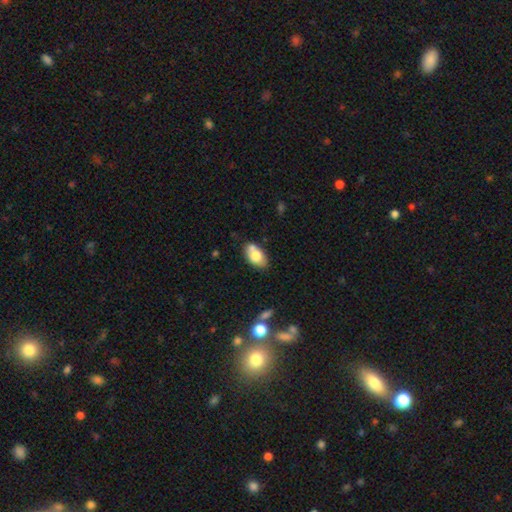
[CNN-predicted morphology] Overall: smooth (73%). How rounded: in between (89%). Merging: none (54%; merger 25%).